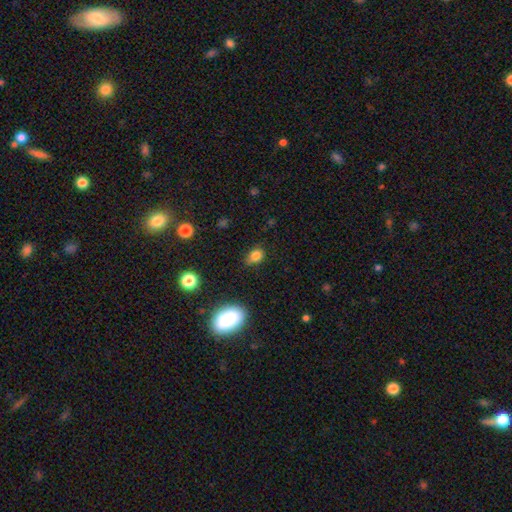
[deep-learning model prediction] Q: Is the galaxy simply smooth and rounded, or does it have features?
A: smooth — 81%.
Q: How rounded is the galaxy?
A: in between — 62%.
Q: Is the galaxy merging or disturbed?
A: none — 68%.